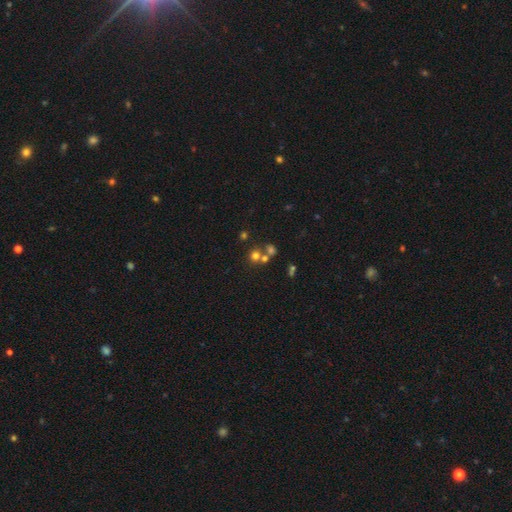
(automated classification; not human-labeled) Smooth or featured: smooth — 64% (star or artifact — 21%)
How rounded: round — 86% (in between — 13%)
Merging: none — 52% (merger — 37%)